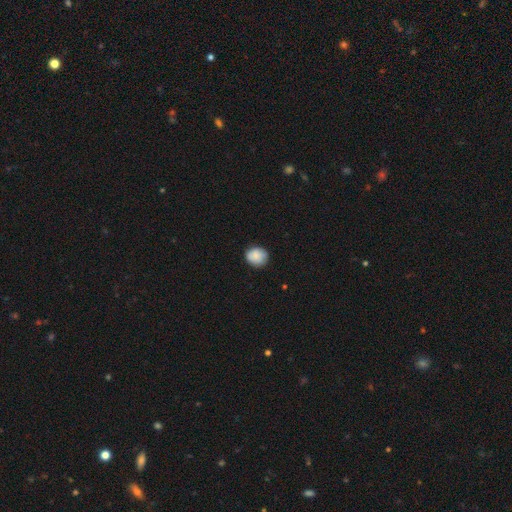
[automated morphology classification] Smooth or featured: smooth — 85% (star or artifact — 7%)
How rounded: round — 73% (in between — 26%)
Merging: none — 81% (minor disturbance — 15%)